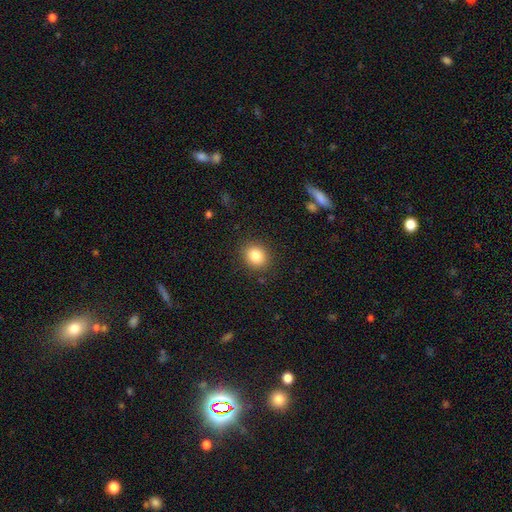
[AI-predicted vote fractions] Q: Smooth or featured?
A: smooth (83%); runner-up: star or artifact (10%)
Q: How rounded?
A: round (67%); runner-up: in between (32%)
Q: Merging?
A: none (88%); runner-up: minor disturbance (8%)